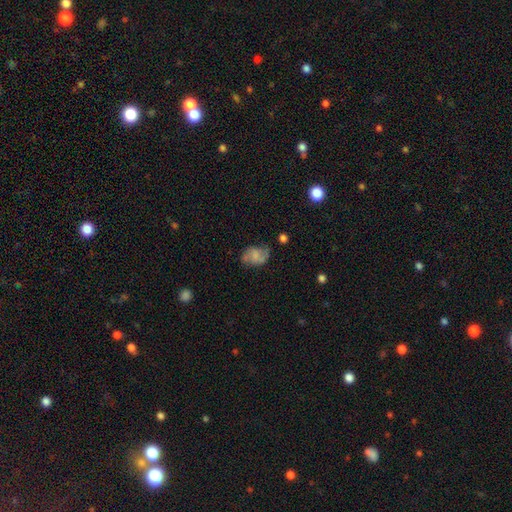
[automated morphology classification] type=smooth (46%); merging=none (58%).